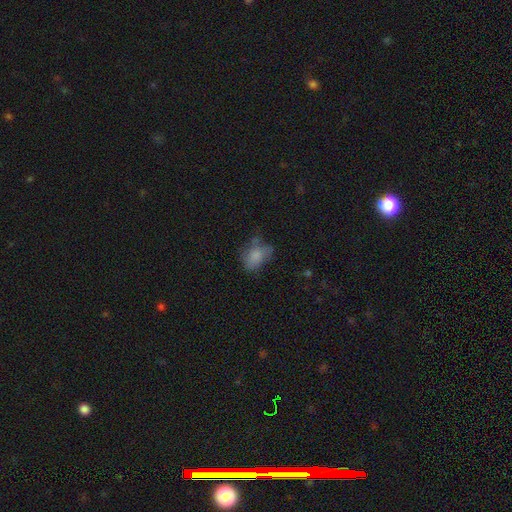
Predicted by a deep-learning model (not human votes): smooth 75%, featured or disk 14%, star or artifact 11%. Down the decision tree: how rounded — in between (77%); merging — none (42%).